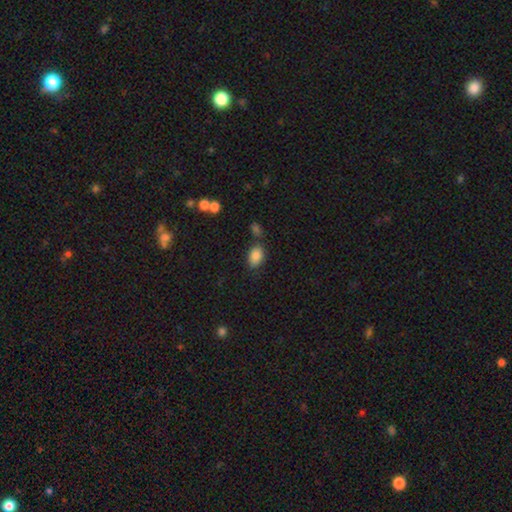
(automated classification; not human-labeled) Morphology: type=smooth (85%); roundness=in between (85%); merging=none (74%).